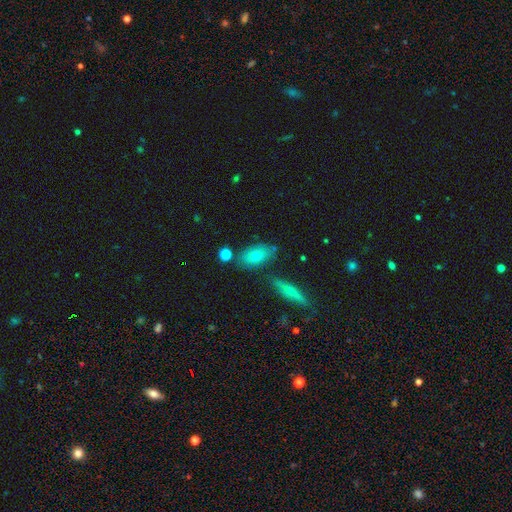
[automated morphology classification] smooth_or_featured: smooth (p=0.74) [alt: featured or disk p=0.17]
how_rounded: in between (p=0.87) [alt: cigar-shaped p=0.07]
merging: none (p=0.70) [alt: minor disturbance p=0.16]